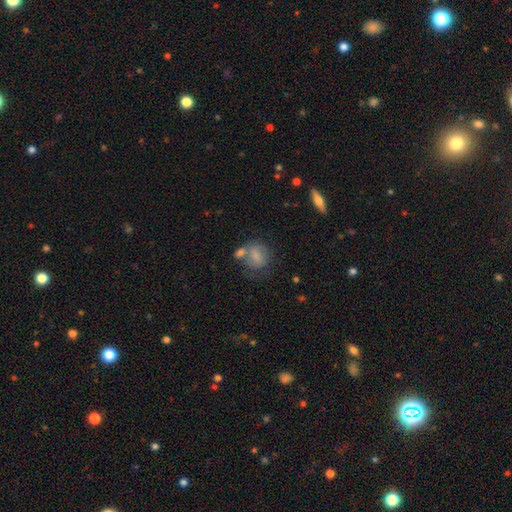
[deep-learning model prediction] Smooth or featured? Predicted: smooth (p=0.75). How rounded? Predicted: round (p=0.53). Merging? Predicted: none (p=0.38).